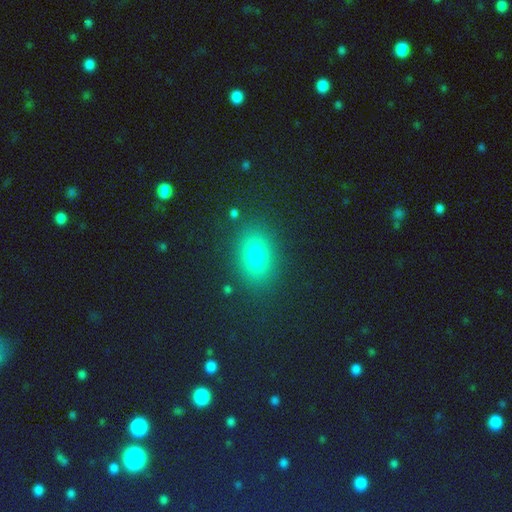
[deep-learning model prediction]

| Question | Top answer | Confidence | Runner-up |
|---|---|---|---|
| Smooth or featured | smooth | 74% | star or artifact (17%) |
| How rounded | in between | 68% | round (29%) |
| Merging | none | 85% | minor disturbance (9%) |